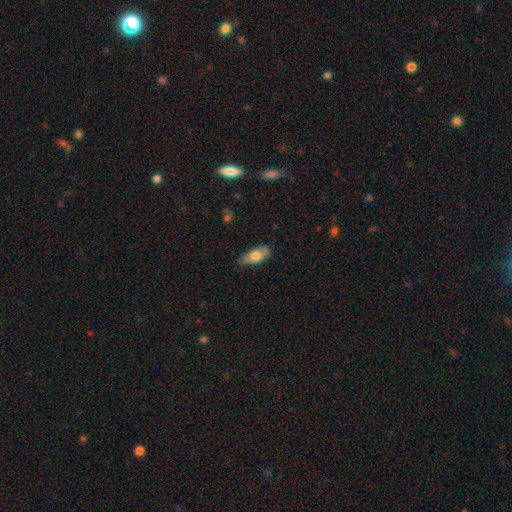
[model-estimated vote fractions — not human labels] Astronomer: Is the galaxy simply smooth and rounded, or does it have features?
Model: smooth — 70%.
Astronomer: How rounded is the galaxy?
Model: in between — 84%.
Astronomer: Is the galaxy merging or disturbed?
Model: none — 79%.